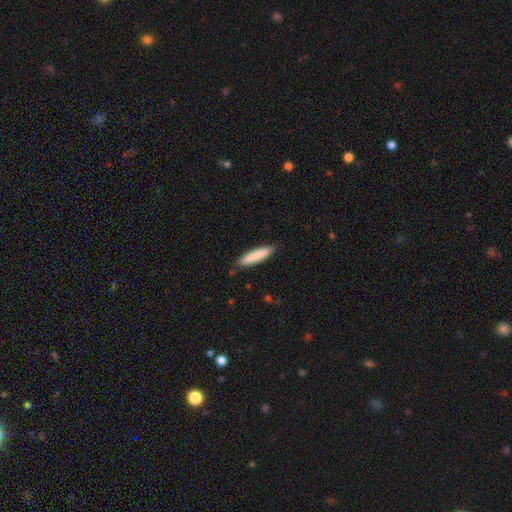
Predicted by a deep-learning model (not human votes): smooth_or_featured: smooth (p=0.86) [alt: featured or disk p=0.08]
how_rounded: cigar-shaped (p=0.81) [alt: in between p=0.17]
merging: none (p=0.87) [alt: minor disturbance p=0.10]